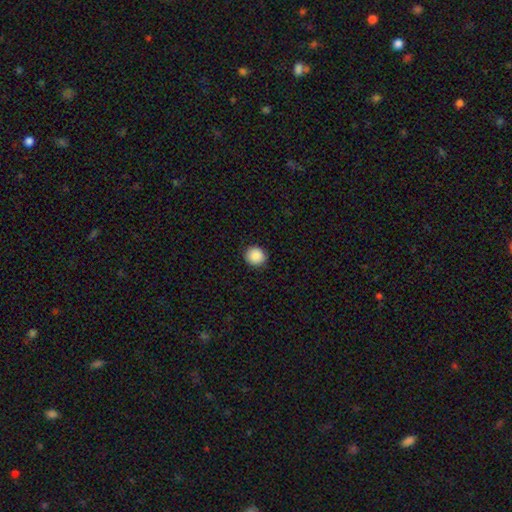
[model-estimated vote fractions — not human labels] A smooth galaxy with no disk features (89%) that is round (91%). Merging: none (92%).